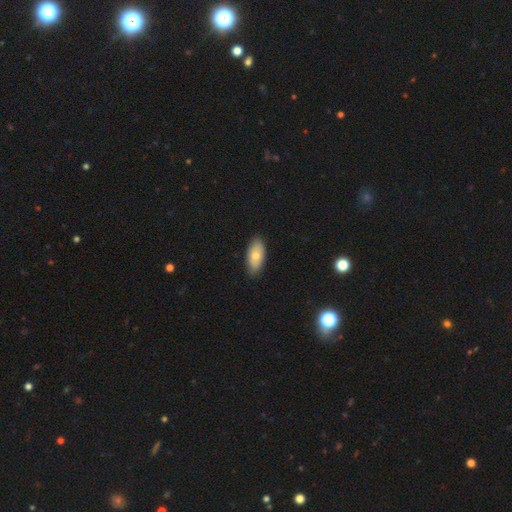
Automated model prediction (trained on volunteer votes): Morphology: type=smooth (74%); roundness=in between (91%); merging=none (84%).